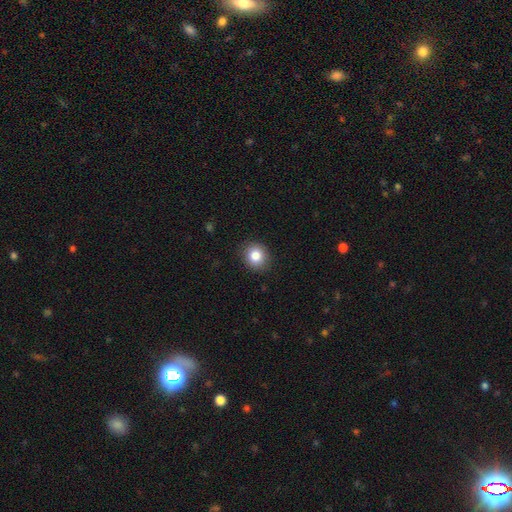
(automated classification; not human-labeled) Morphology: type=smooth (84%); roundness=round (80%); merging=none (88%).